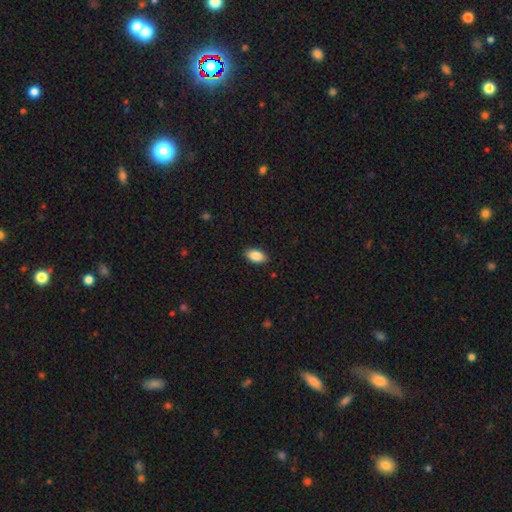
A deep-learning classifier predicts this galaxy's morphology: Smooth or featured: smooth — 87% (star or artifact — 7%)
How rounded: in between — 93% (round — 5%)
Merging: none — 88% (minor disturbance — 9%)